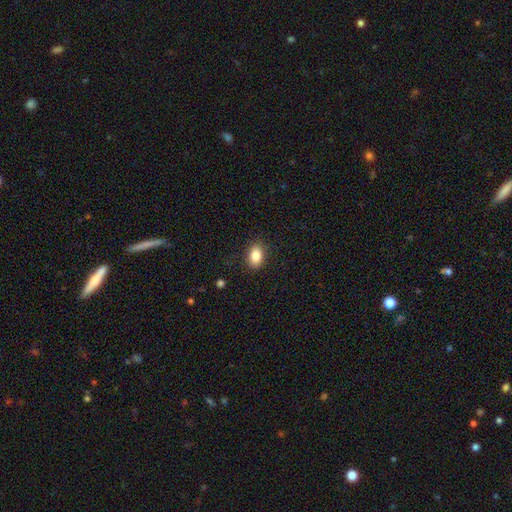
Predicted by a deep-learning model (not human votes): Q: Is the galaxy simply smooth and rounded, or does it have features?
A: smooth — 84%.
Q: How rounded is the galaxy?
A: in between — 86%.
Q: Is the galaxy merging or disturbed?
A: none — 87%.